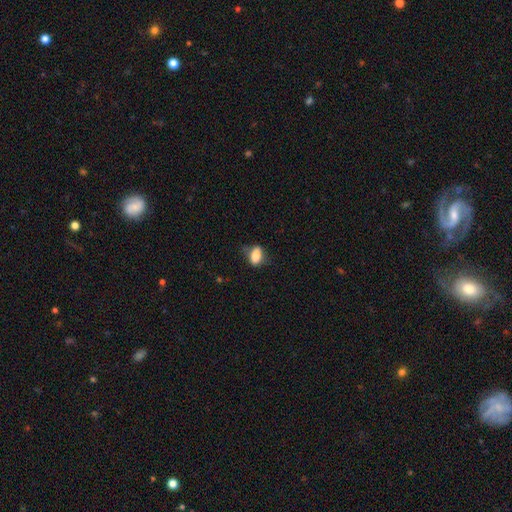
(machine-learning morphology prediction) Smooth or featured? smooth (78%)
How rounded? in between (80%)
Merging? none (62%)